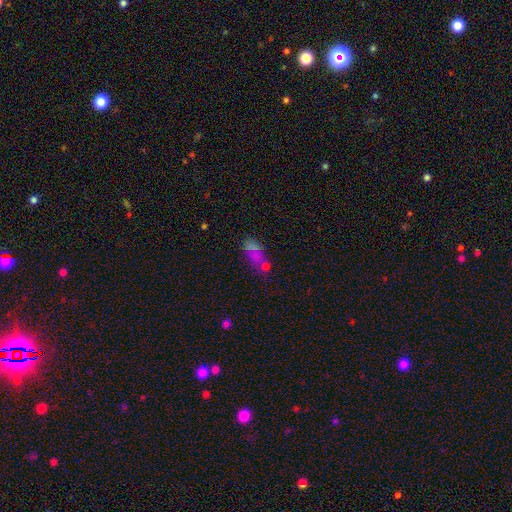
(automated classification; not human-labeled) A smooth galaxy with no disk features (58%) that is in between round and cigar-shaped (79%). Merging: none (39%).